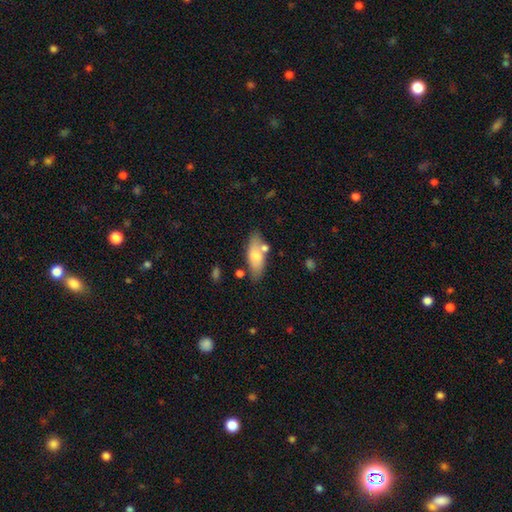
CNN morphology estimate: Overall: smooth (68%). How rounded: in between (75%). Merging: none (70%).